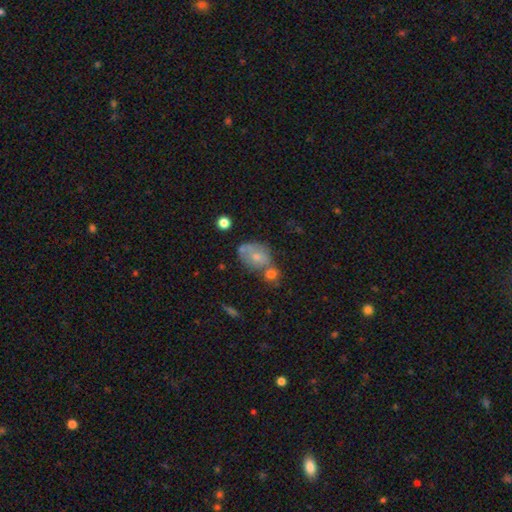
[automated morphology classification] The model was most divided on "merging": merger: 38%, none: 32%, minor disturbance: 20%, major disturbance: 11%. More confident: how rounded — in between (65%); smooth or featured — smooth (60%).